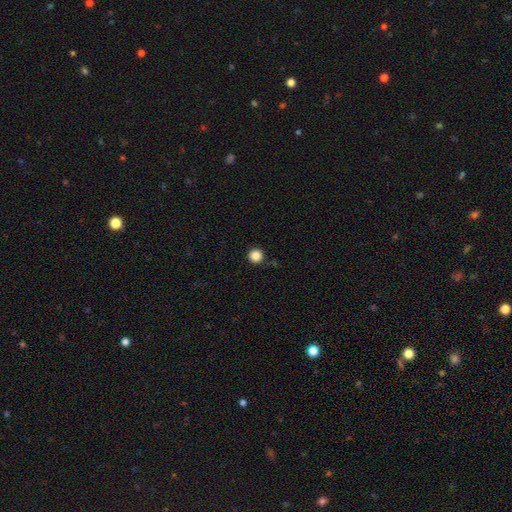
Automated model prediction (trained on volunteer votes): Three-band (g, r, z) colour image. It shows a smooth galaxy with no disk features (86%) that is round (96%). Merging: none (92%).